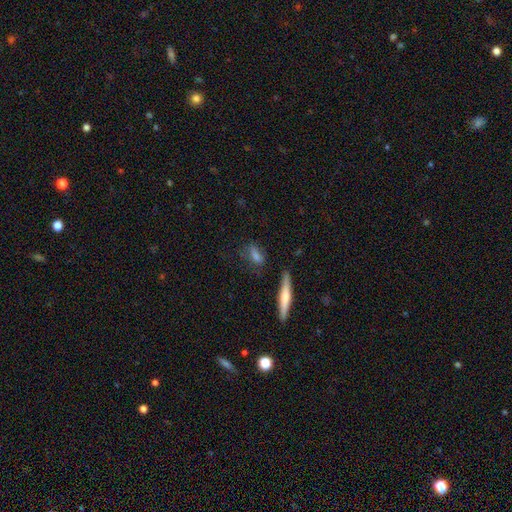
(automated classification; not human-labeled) A smooth galaxy with no disk features (61%) that is in between round and cigar-shaped (53%). Merging: none (70%).